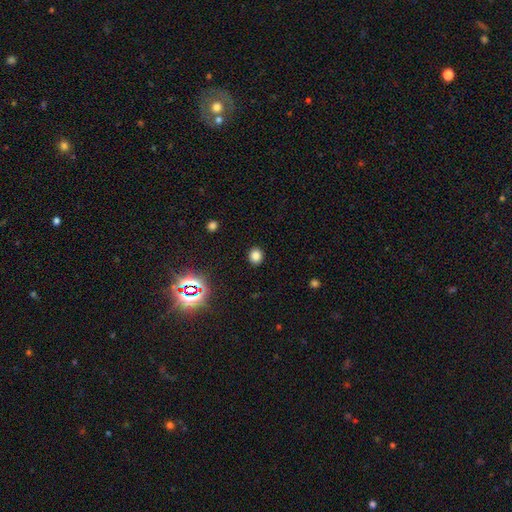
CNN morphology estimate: Smooth or featured: smooth — 80% (star or artifact — 15%)
How rounded: round — 72% (in between — 27%)
Merging: none — 90% (minor disturbance — 6%)